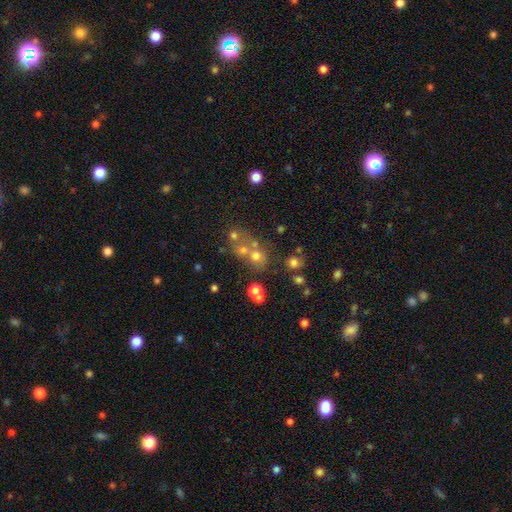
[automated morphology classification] This appears to be a smooth galaxy with no disk features (45%). Merging: none (48%).